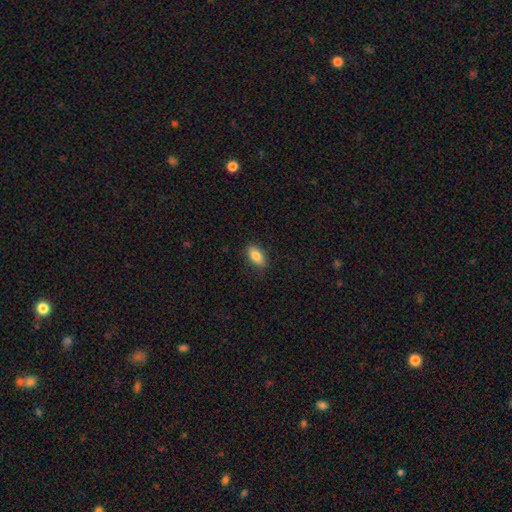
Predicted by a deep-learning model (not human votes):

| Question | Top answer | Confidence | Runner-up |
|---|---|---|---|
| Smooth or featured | smooth | 83% | featured or disk (10%) |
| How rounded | in between | 88% | cigar-shaped (7%) |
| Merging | none | 86% | minor disturbance (11%) |